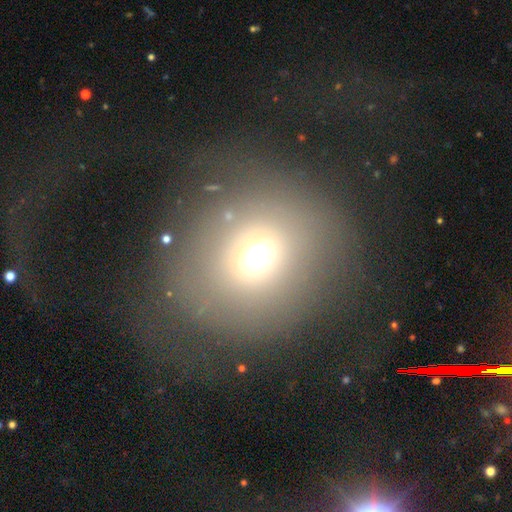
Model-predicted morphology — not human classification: type=smooth (66%); roundness=round (71%); merging=none (81%).